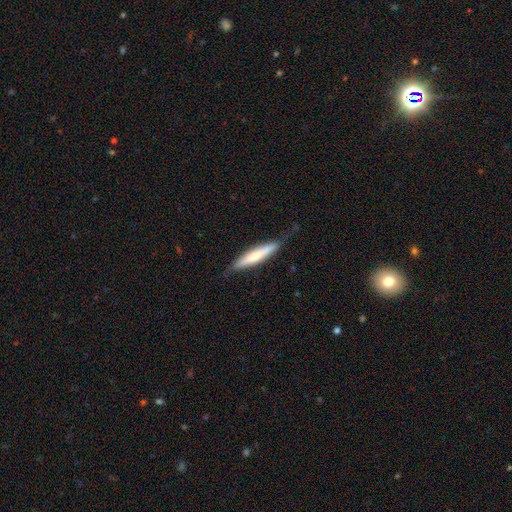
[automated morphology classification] Smooth or featured? smooth (57%)
How rounded? cigar-shaped (89%)
Merging? none (75%)